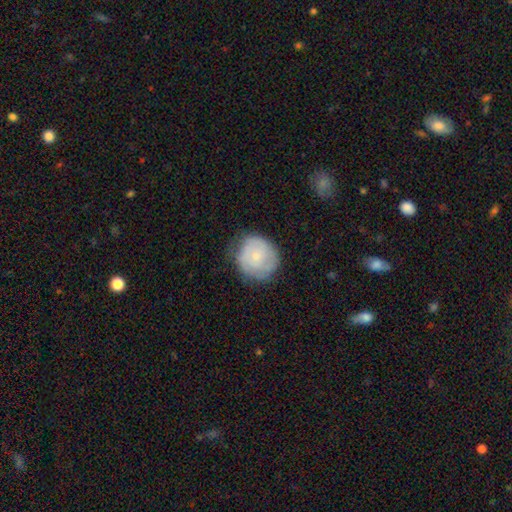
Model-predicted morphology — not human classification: featured or disk 49%, smooth 44%, star or artifact 7%. Down the decision tree: merging — none (65%).